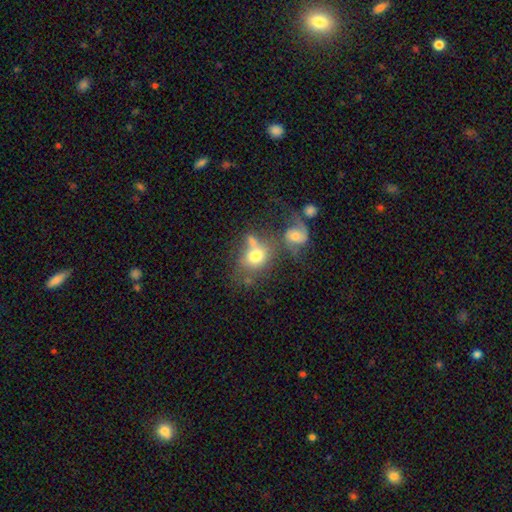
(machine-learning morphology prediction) The model was most divided on "merging": merger: 38%, none: 35%, minor disturbance: 14%, major disturbance: 12%. More confident: smooth or featured — smooth (67%); how rounded — round (51%).